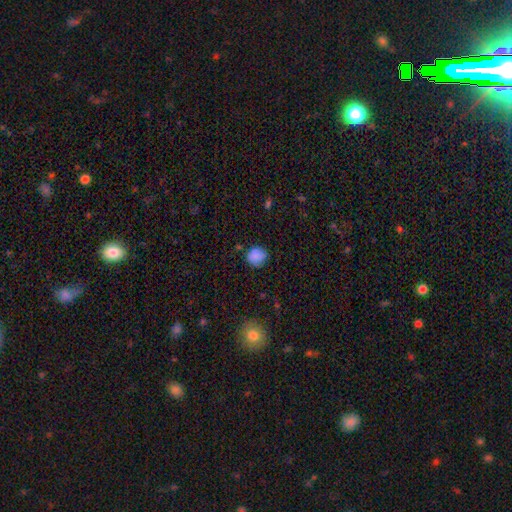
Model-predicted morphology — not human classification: This is clearly a smooth galaxy (85%). How rounded: clearly round (80%). Merging: likely none (73%).